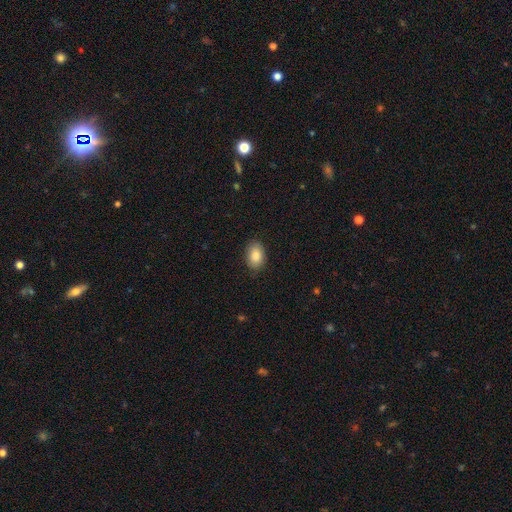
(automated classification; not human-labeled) smooth-or-featured: smooth: 88% | star or artifact: 7% | featured or disk: 6%
  how-rounded: in between: 88% | round: 11% | cigar-shaped: 1%
  merging: none: 84% | minor disturbance: 12% | major disturbance: 3% | merger: 1%